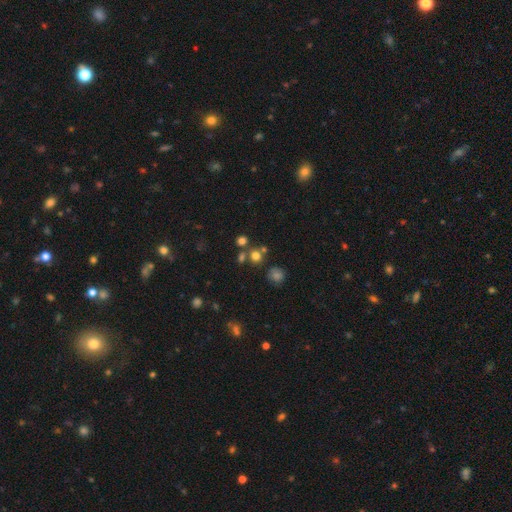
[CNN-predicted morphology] Smooth or featured? smooth (70%)
How rounded? round (86%)
Merging? none (66%)